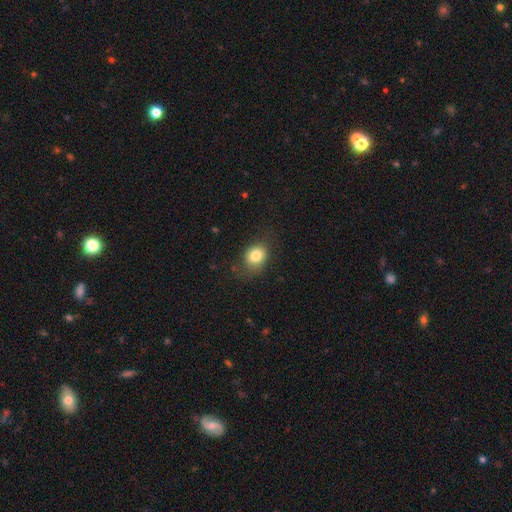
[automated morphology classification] smooth-or-featured: smooth: 80% | star or artifact: 10% | featured or disk: 9%
  how-rounded: round: 57% | in between: 42% | cigar-shaped: 1%
  merging: none: 72% | minor disturbance: 19% | major disturbance: 8% | merger: 1%